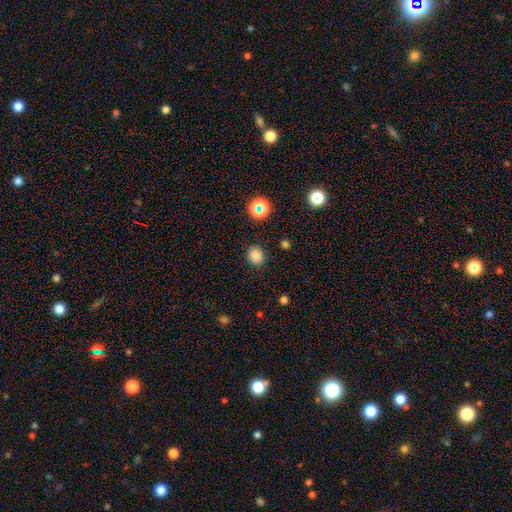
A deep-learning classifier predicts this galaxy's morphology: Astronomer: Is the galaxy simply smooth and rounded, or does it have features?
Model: smooth — 82%.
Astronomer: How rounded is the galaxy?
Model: round — 70%.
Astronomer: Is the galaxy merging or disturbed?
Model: none — 87%.